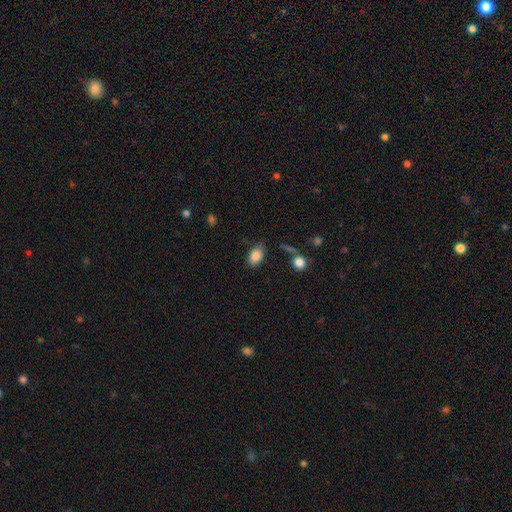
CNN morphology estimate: smooth 85%, star or artifact 8%, featured or disk 7%. Down the decision tree: how rounded — in between (89%); merging — none (75%).